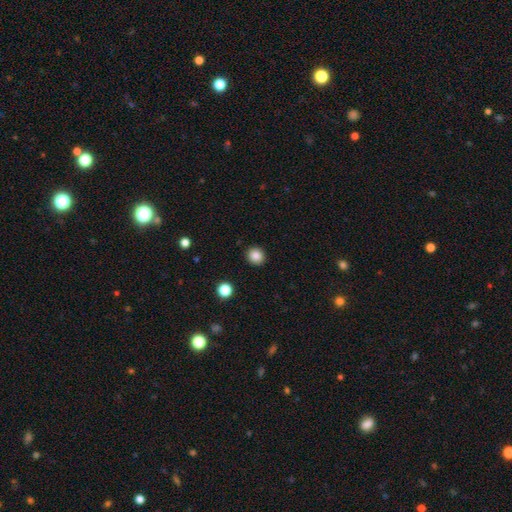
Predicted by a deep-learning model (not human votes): Smooth or featured? smooth (86%)
How rounded? round (86%)
Merging? none (92%)